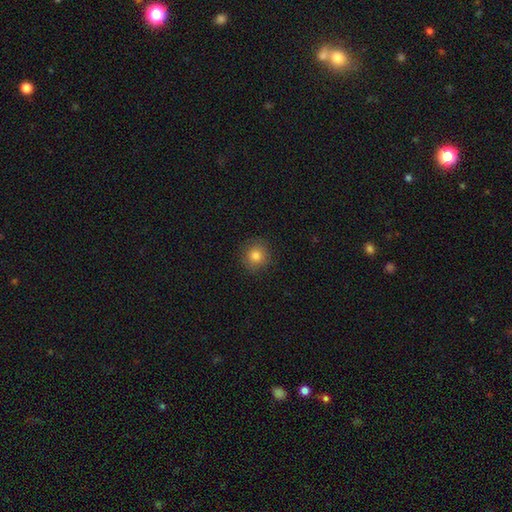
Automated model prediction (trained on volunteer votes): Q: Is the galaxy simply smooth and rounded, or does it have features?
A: smooth — 82%.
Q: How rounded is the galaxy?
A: round — 91%.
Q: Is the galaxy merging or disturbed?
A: none — 89%.